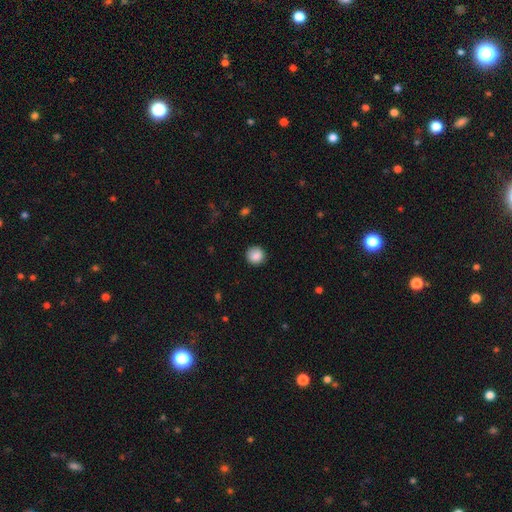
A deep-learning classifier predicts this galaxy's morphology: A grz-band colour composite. It shows a smooth galaxy with no disk features (88%) that is round (92%). Merging: none (89%).